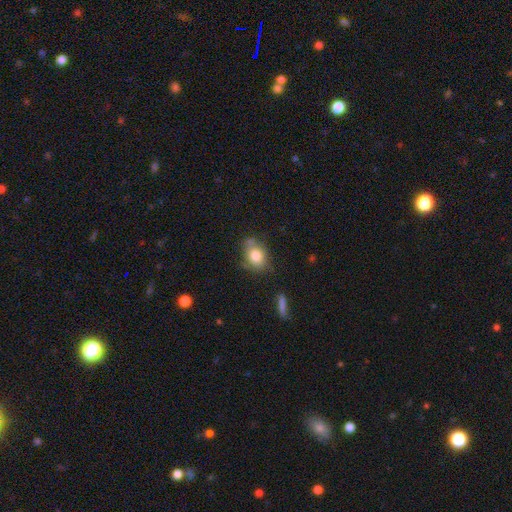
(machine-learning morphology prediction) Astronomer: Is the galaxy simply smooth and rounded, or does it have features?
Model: smooth — 79%.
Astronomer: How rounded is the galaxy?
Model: in between — 63%.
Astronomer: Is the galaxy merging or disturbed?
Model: none — 63%.